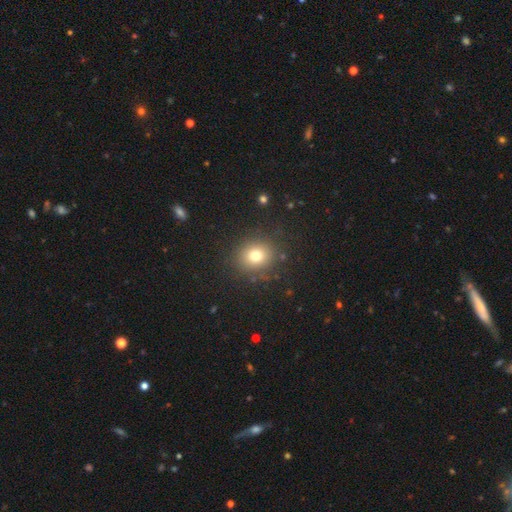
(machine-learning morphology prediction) Smooth or featured? Predicted: smooth (p=0.75). How rounded? Predicted: round (p=0.77). Merging? Predicted: none (p=0.87).